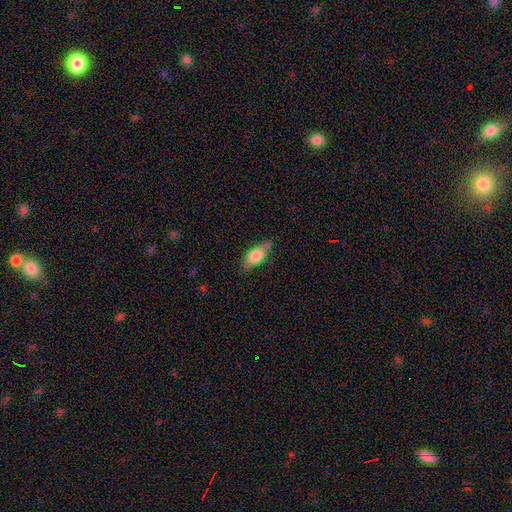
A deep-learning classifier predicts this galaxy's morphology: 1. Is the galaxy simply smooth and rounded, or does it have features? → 68% smooth, 25% featured or disk, 7% star or artifact.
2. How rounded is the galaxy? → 76% in between, 20% cigar-shaped, 4% round.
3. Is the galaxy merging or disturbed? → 71% none, 22% minor disturbance, 4% major disturbance, 3% merger.